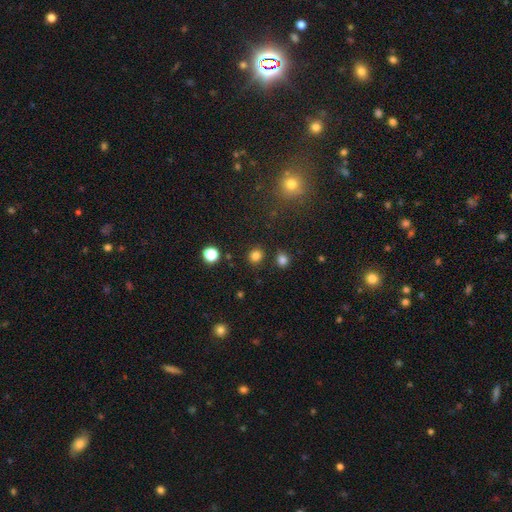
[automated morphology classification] Smooth or featured: smooth — 81% (star or artifact — 15%)
How rounded: round — 84% (in between — 15%)
Merging: none — 86% (minor disturbance — 7%)